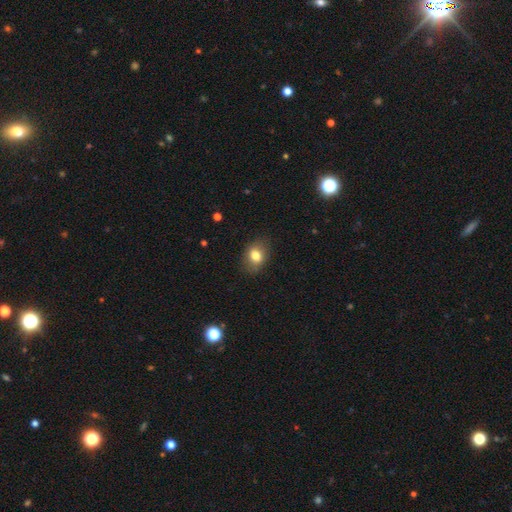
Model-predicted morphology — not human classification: smooth_or_featured: smooth (p=0.78) [alt: featured or disk p=0.13]
how_rounded: in between (p=0.71) [alt: round p=0.28]
merging: none (p=0.80) [alt: minor disturbance p=0.15]